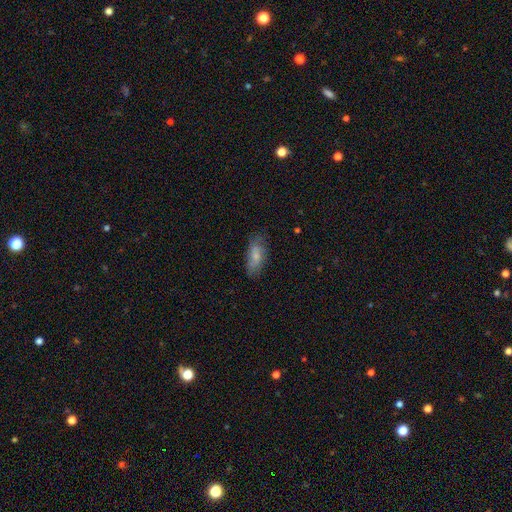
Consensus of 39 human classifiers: Smooth or featured?
  - smooth: 79% *
  - featured or disk: 15%
  - star or artifact: 5%
How rounded?
  - in between: 87% *
  - cigar-shaped: 13%
  - round: 0%
Merging?
  - none: 70% *
  - minor disturbance: 27%
  - major disturbance: 3%
  - merger: 0%